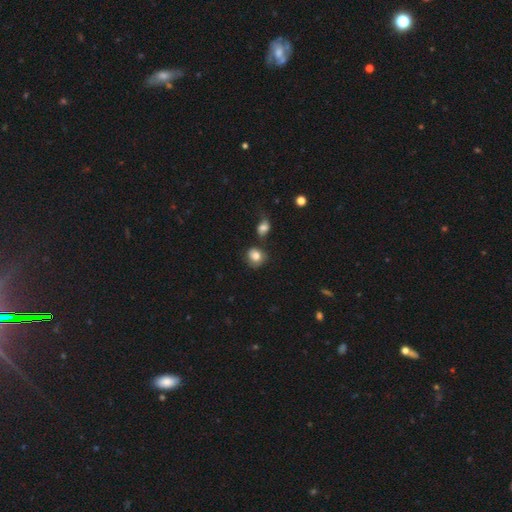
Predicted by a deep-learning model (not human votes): Overall: smooth (80%). How rounded: round (73%). Merging: none (59%; minor disturbance 20%).